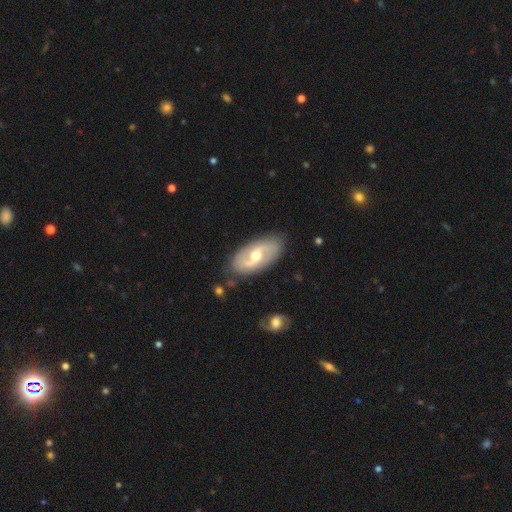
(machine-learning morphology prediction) This is likely a featured or disk galaxy (67%). It is clearly not viewed edge-on (91%). Bar: marginally weak (42%, tied with no). Spiral arm pattern: likely yes (68%). Central bulge: likely moderate (75%). Merging: clearly none (82%).